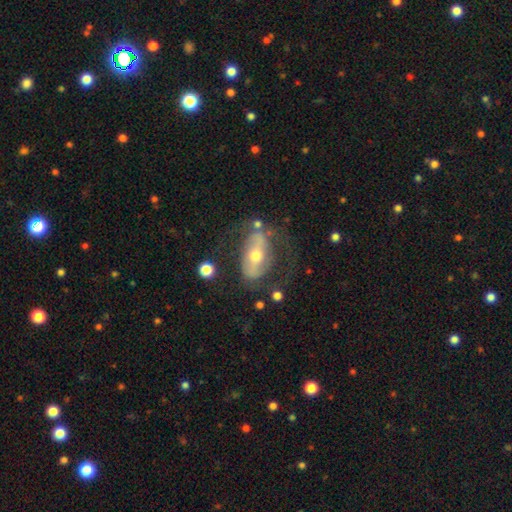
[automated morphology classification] A featured or disk galaxy (69%) with a strong bar (40%), spiral arms (62%) and a moderate central bulge (60%).

Vote fractions:
- Smooth or featured? featured or disk: 69% / smooth: 25% / star or artifact: 7%
- Edge-on disk? no: 90% / yes: 10%
- Bar? strong: 40% / no: 31% / weak: 29%
- Spiral arms? yes: 62% / no: 38%
- Bulge size? moderate: 60% / small: 34% / large: 4% / none: 1% / dominant: 1%
- Merging? none: 58% / minor disturbance: 20% / major disturbance: 19% / merger: 4%